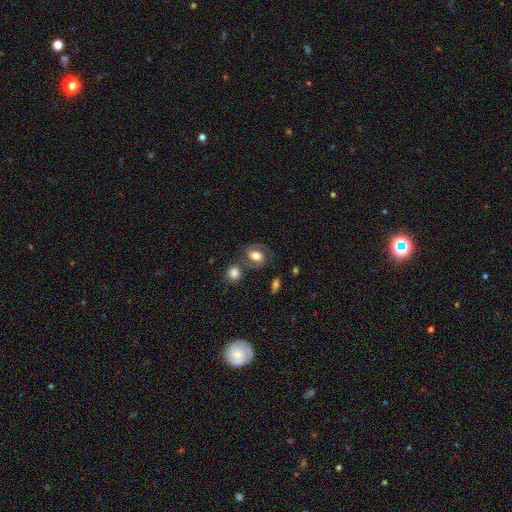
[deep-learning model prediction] Smooth or featured: featured or disk — 52% (smooth — 40%)
Edge-on disk: no — 96% (yes — 4%)
Merging: none — 62% (merger — 16%)